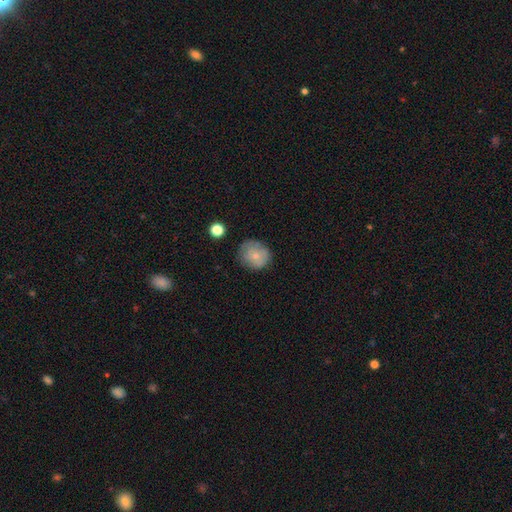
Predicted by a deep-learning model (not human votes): smooth 72%, featured or disk 19%, star or artifact 9%. Down the decision tree: how rounded — round (83%); merging — none (73%).